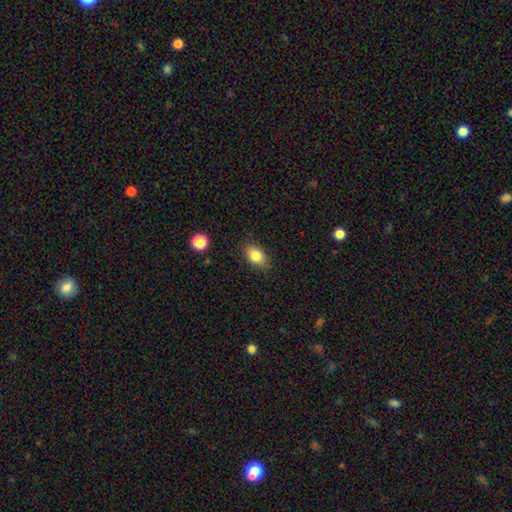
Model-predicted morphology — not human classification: A smooth galaxy with no disk features (83%) that is in between round and cigar-shaped (84%).

Vote fractions:
- Smooth or featured? smooth: 83% / star or artifact: 9% / featured or disk: 8%
- How rounded? in between: 84% / round: 14% / cigar-shaped: 2%
- Merging? none: 85% / minor disturbance: 11% / major disturbance: 3% / merger: 1%